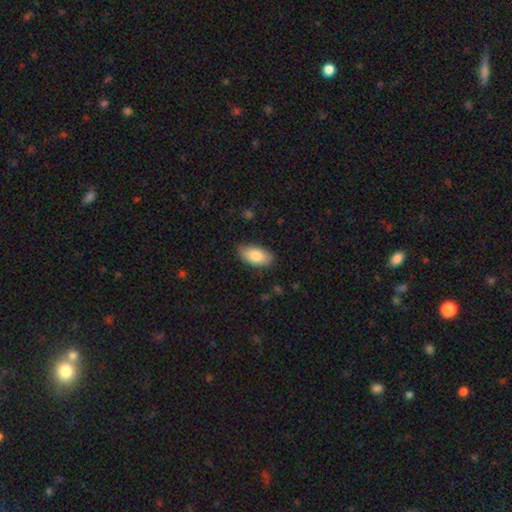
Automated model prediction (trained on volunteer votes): This is clearly a smooth galaxy (82%). How rounded: clearly in between (94%). Merging: clearly none (81%).